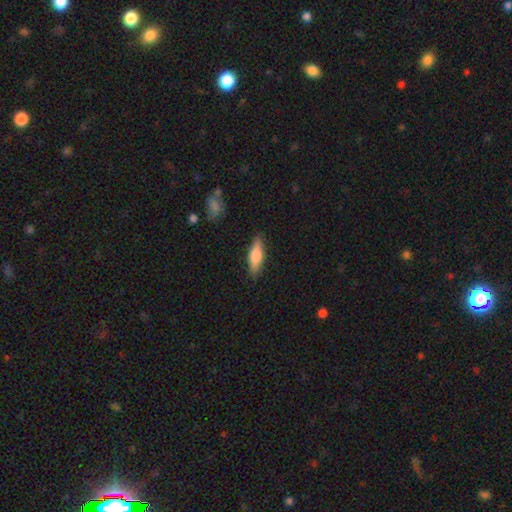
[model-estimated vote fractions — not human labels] Smooth or featured: smooth — 67% (featured or disk — 27%)
How rounded: cigar-shaped — 55% (in between — 43%)
Merging: none — 86% (minor disturbance — 10%)